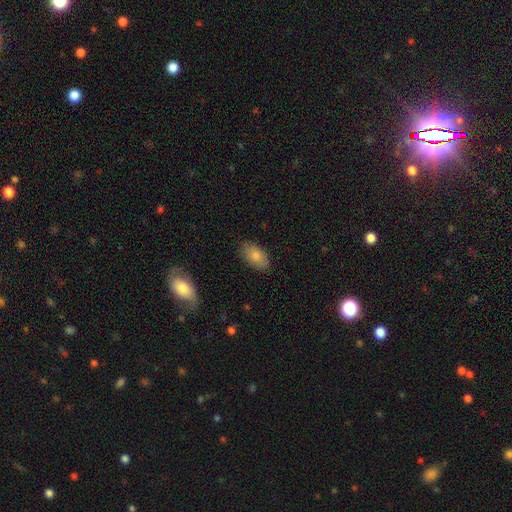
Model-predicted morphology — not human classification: The model was most divided on "merging": none: 84%, minor disturbance: 12%, major disturbance: 3%, merger: 1%. More confident: how rounded — in between (93%); smooth or featured — smooth (83%).